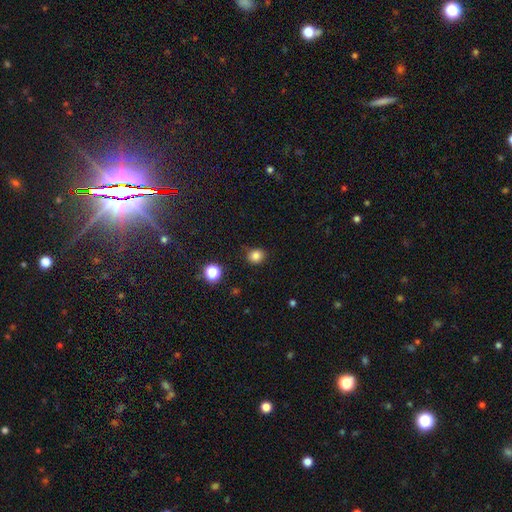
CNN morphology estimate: Smooth or featured? smooth (83%)
How rounded? round (78%)
Merging? none (81%)